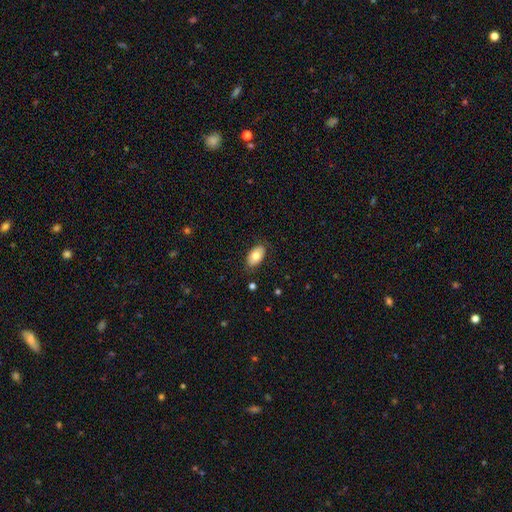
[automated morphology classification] smooth 76%, featured or disk 17%, star or artifact 6%. Down the decision tree: how rounded — in between (94%); merging — none (83%).